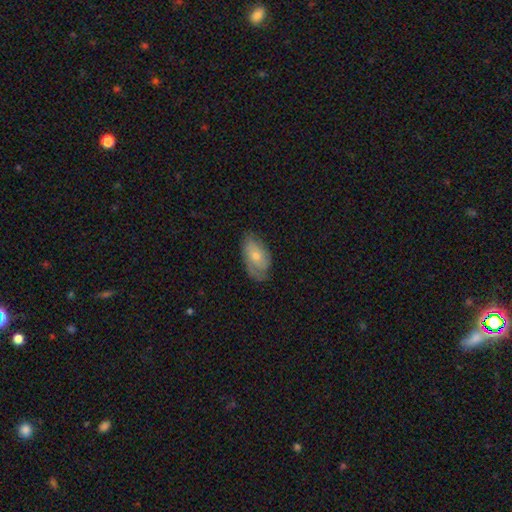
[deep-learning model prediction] smooth-or-featured: smooth: 52% | featured or disk: 41% | star or artifact: 7%
  how-rounded: in between: 89% | round: 7% | cigar-shaped: 4%
  merging: none: 64% | minor disturbance: 27% | major disturbance: 8% | merger: 1%